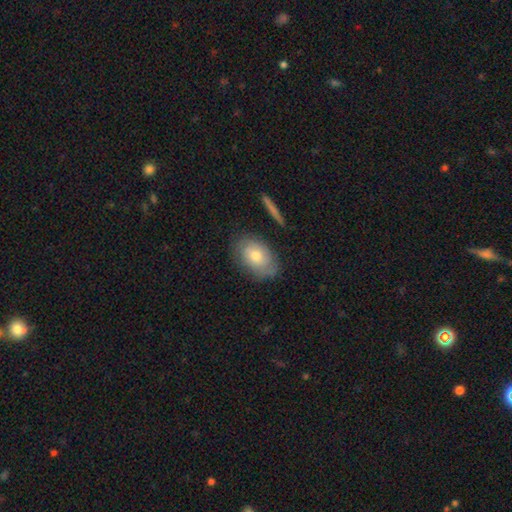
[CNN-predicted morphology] smooth 58%, featured or disk 35%, star or artifact 8%. Down the decision tree: how rounded — in between (85%); merging — none (76%).